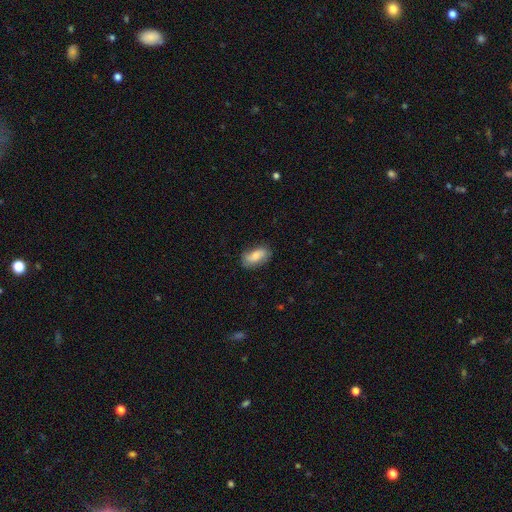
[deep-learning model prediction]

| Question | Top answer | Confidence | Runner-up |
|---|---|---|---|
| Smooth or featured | smooth | 67% | featured or disk (26%) |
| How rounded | in between | 90% | round (5%) |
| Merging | none | 76% | minor disturbance (18%) |